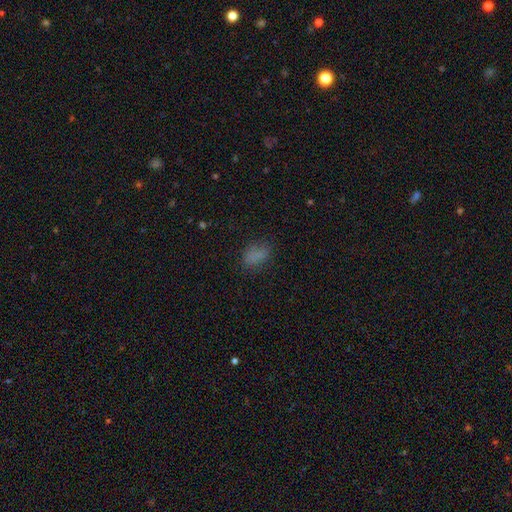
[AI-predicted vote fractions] Smooth or featured? smooth (79%)
How rounded? in between (85%)
Merging? none (74%)